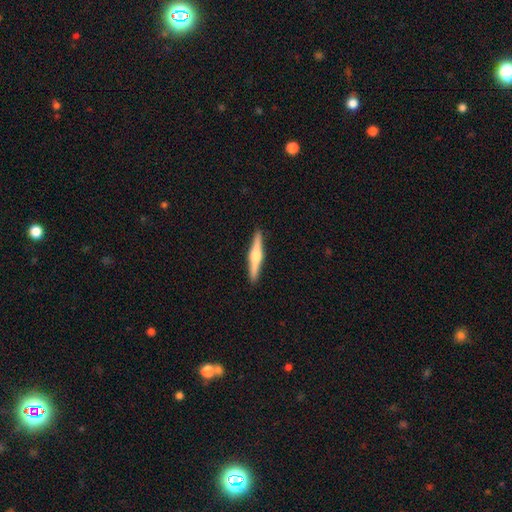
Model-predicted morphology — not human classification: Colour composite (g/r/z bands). It shows a featured or disk galaxy (69%) viewed edge-on (98%) with a rounded central bulge (92%). Merging: none (92%).